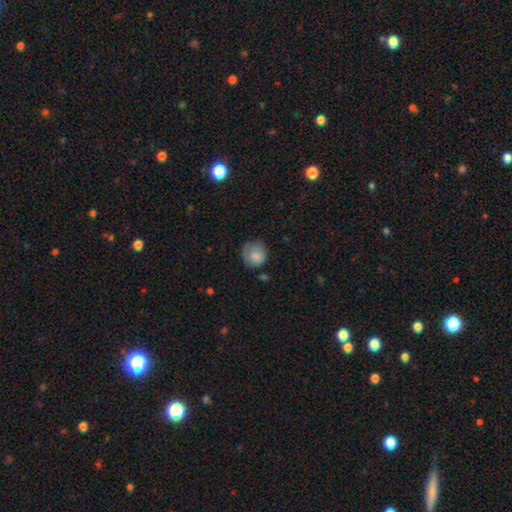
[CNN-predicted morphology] Smooth or featured?
  - smooth: 82% *
  - featured or disk: 10%
  - star or artifact: 8%
How rounded?
  - round: 87% *
  - in between: 12%
  - cigar-shaped: 1%
Merging?
  - none: 66% *
  - minor disturbance: 25%
  - major disturbance: 7%
  - merger: 2%